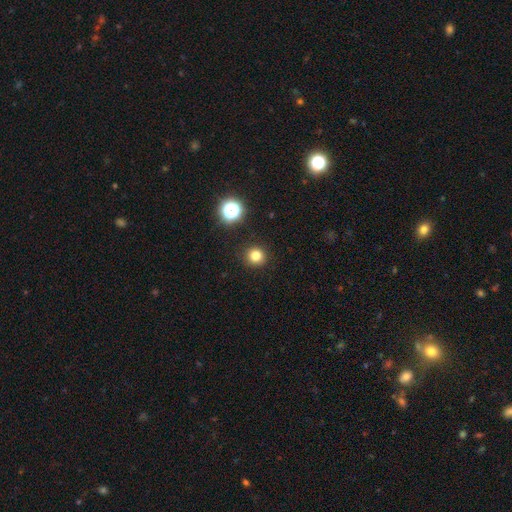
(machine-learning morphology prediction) The model was most divided on "smooth or featured": smooth: 79%, star or artifact: 16%, featured or disk: 5%. More confident: how rounded — round (94%); merging — none (92%).